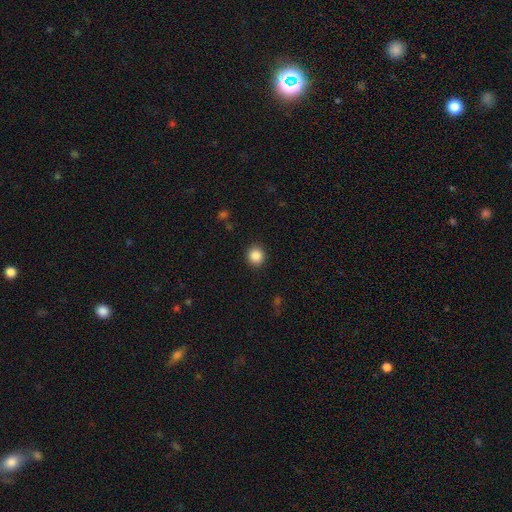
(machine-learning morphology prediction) Q: Smooth or featured?
A: smooth (87%); runner-up: star or artifact (10%)
Q: How rounded?
A: round (90%); runner-up: in between (9%)
Q: Merging?
A: none (91%); runner-up: minor disturbance (6%)